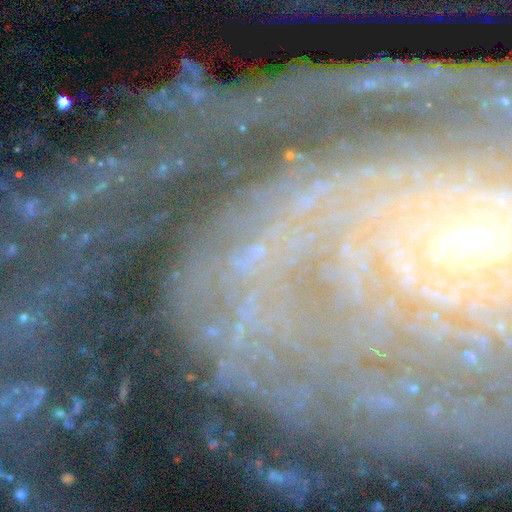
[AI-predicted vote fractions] This appears to be a star or artifact, not a galaxy (44%, tied with featured or disk).